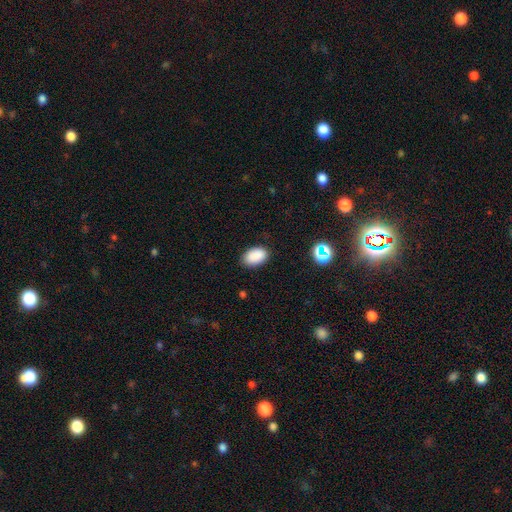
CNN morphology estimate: type=smooth (88%); roundness=in between (92%); merging=none (84%).